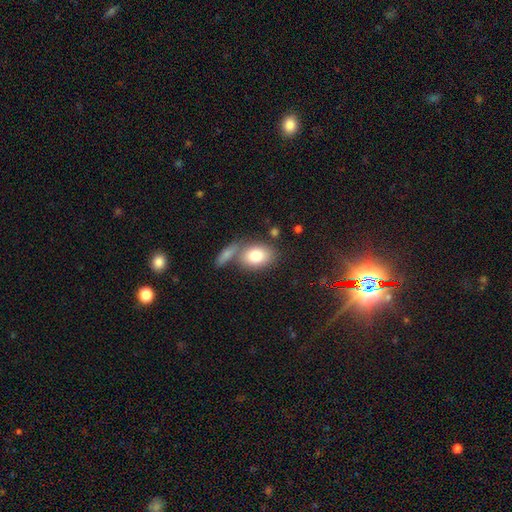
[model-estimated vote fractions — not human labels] Q: Smooth or featured?
A: smooth (79%); runner-up: featured or disk (13%)
Q: How rounded?
A: in between (77%); runner-up: round (21%)
Q: Merging?
A: none (54%); runner-up: merger (28%)